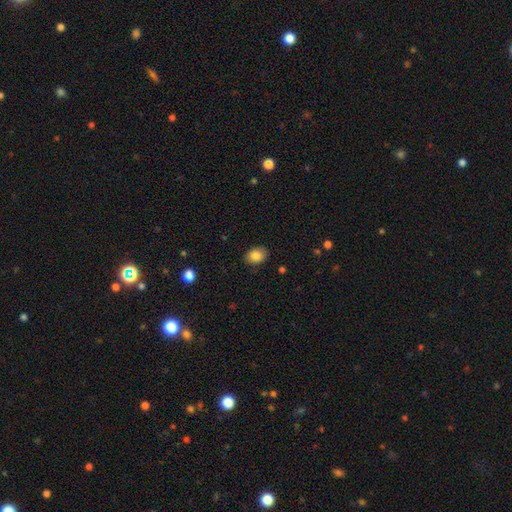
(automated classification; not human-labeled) Smooth or featured? Predicted: smooth (p=0.84). How rounded? Predicted: in between (p=0.71). Merging? Predicted: none (p=0.86).